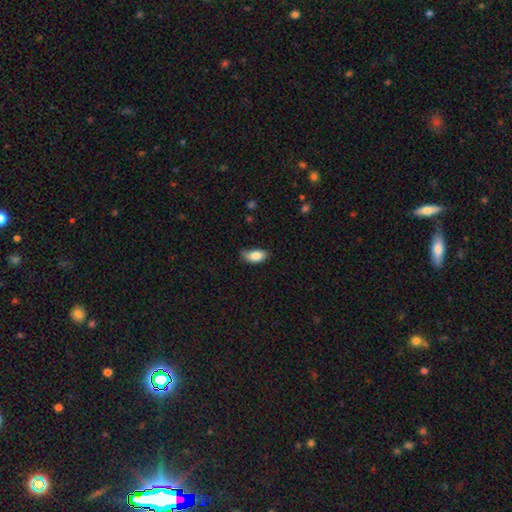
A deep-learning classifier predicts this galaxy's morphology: type=smooth (85%); roundness=in between (92%); merging=none (61%).